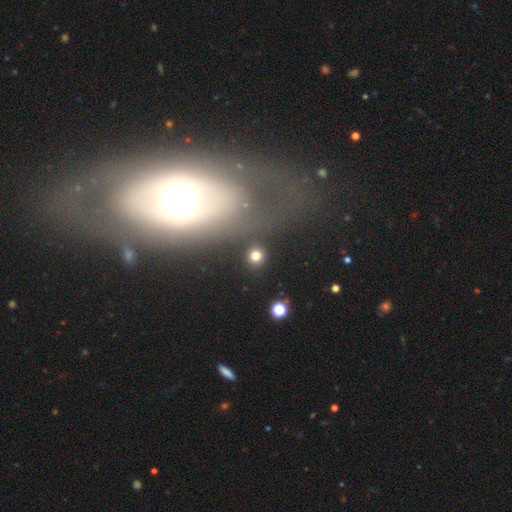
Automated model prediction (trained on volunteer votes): Overall: smooth (79%). How rounded: round (89%). Merging: none (89%).